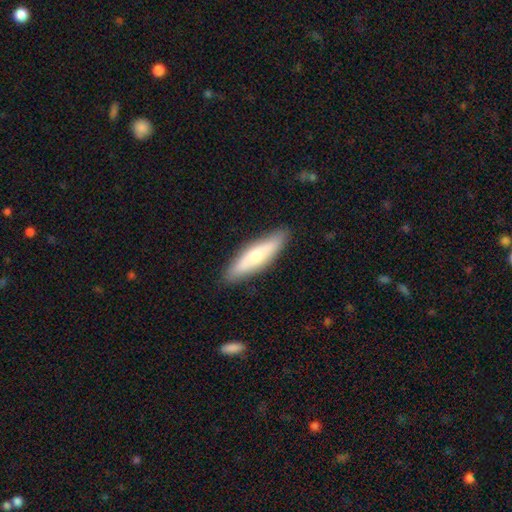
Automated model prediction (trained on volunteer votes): Q: Smooth or featured?
A: smooth (62%); runner-up: featured or disk (30%)
Q: How rounded?
A: cigar-shaped (73%); runner-up: in between (25%)
Q: Merging?
A: none (88%); runner-up: minor disturbance (10%)